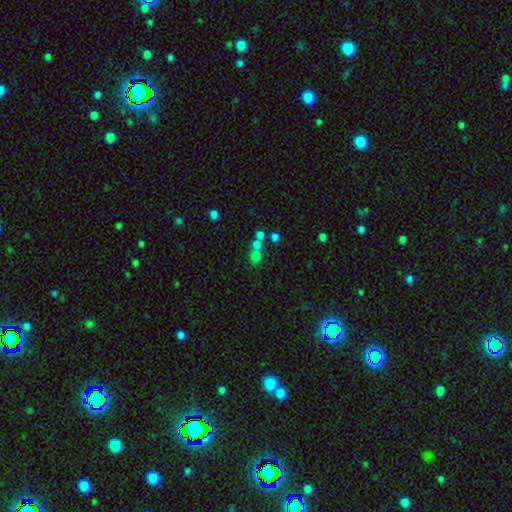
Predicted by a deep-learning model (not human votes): This appears to be a smooth galaxy with no disk features (67%) that is round (71%). Merging: merger (45%).